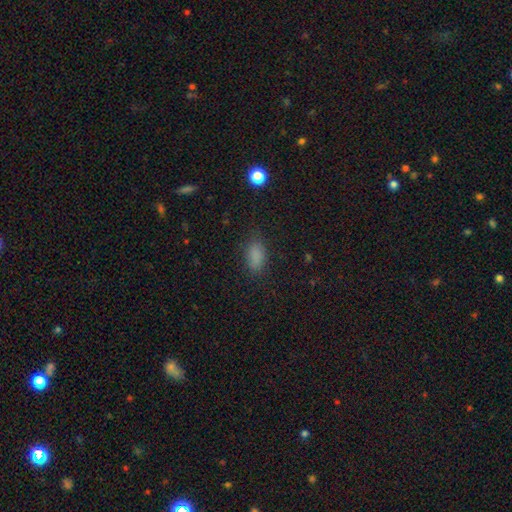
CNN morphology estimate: A smooth galaxy with no disk features (83%) that is in between round and cigar-shaped (88%). Merging: none (80%).